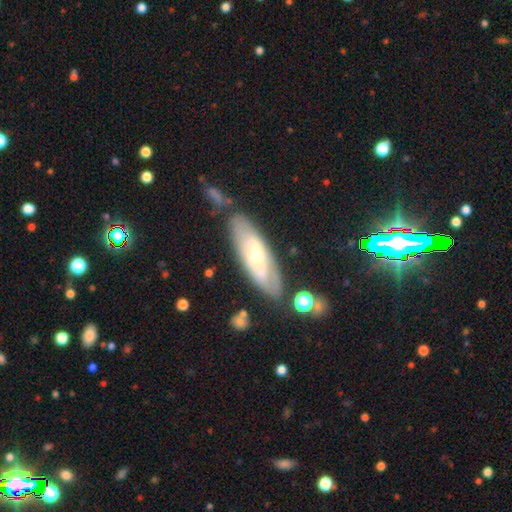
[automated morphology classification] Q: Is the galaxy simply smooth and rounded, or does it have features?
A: featured or disk — 53%.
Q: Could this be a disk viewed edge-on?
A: no — 72%.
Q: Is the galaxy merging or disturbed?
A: none — 74%.